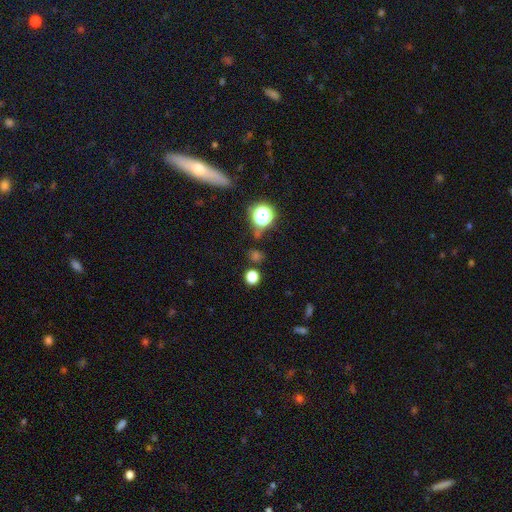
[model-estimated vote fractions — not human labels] A star or artifact, not a galaxy (46%).

Vote fractions:
- Smooth or featured? star or artifact: 46% / smooth: 44% / featured or disk: 9%